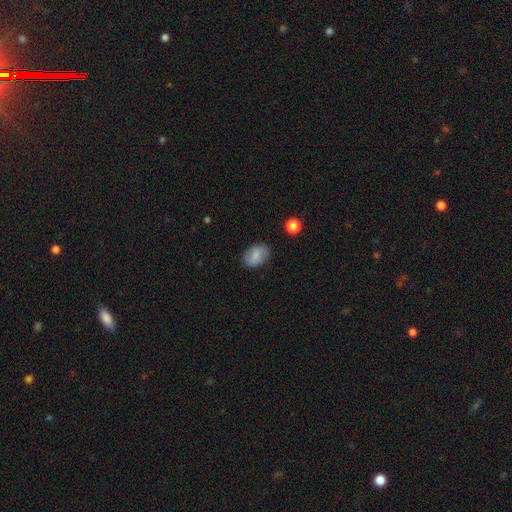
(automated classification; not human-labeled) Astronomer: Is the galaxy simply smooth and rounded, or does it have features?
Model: smooth — 77%.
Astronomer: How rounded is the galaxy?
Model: in between — 85%.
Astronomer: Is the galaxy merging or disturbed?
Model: none — 83%.